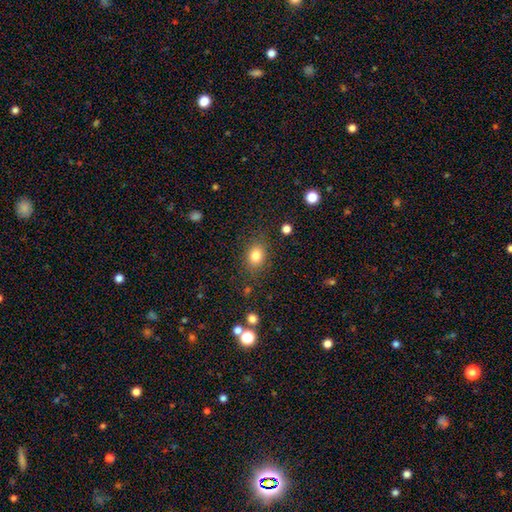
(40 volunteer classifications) Morphology: type=smooth (82%); roundness=in between (61%); merging=none (84%).